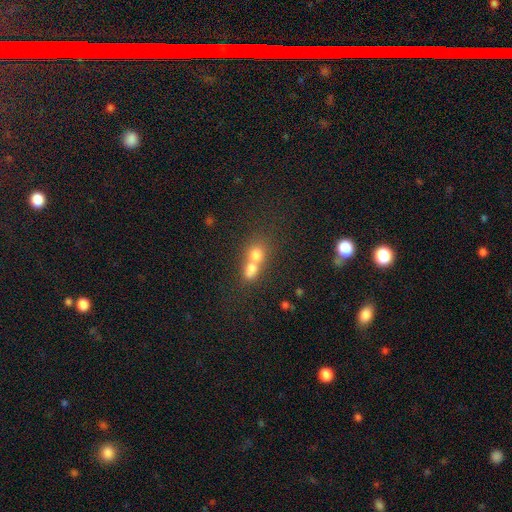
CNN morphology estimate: Smooth or featured: smooth — 67% (featured or disk — 18%)
How rounded: round — 66% (in between — 32%)
Merging: merger — 68% (none — 23%)